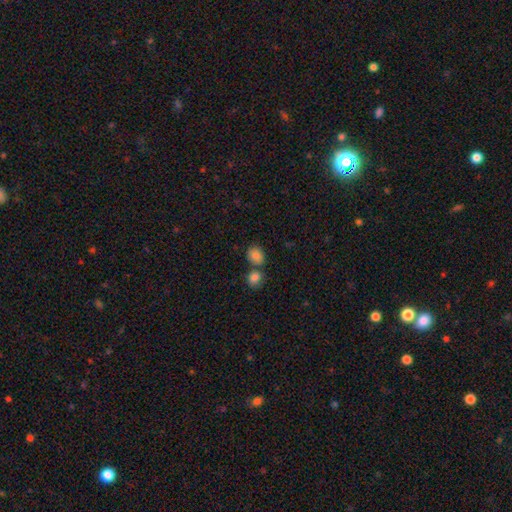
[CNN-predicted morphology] smooth 85%, star or artifact 10%, featured or disk 5%. Down the decision tree: how rounded — round (56%); merging — none (54%).